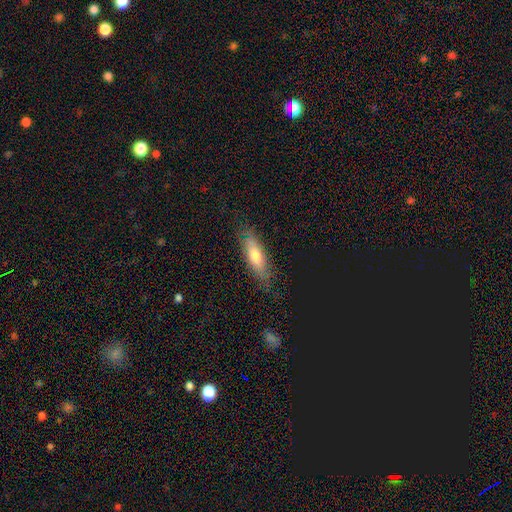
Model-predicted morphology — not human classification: smooth_or_featured: smooth (p=0.65) [alt: featured or disk p=0.28]
how_rounded: cigar-shaped (p=0.54) [alt: in between p=0.44]
merging: none (p=0.80) [alt: minor disturbance p=0.15]